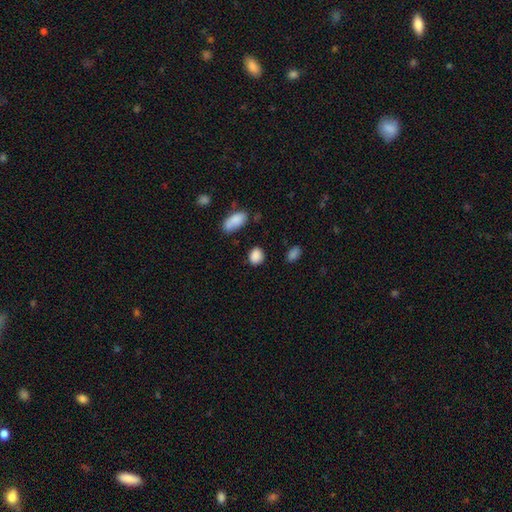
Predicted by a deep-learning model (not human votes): Q: Smooth or featured?
A: smooth (87%); runner-up: star or artifact (9%)
Q: How rounded?
A: round (55%); runner-up: in between (43%)
Q: Merging?
A: none (80%); runner-up: minor disturbance (13%)